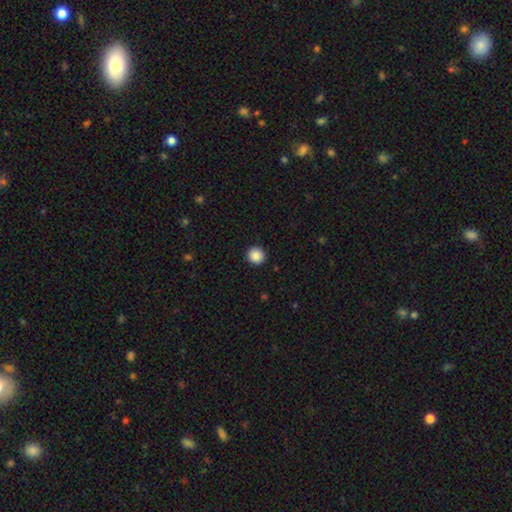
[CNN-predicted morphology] Smooth or featured? smooth (89%)
How rounded? round (94%)
Merging? none (92%)